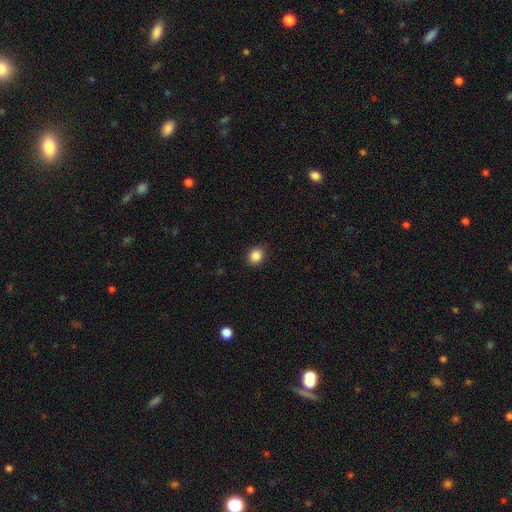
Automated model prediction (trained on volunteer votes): The model was most divided on "how rounded": round: 59%, in between: 40%, cigar-shaped: 1%. More confident: merging — none (89%); smooth or featured — smooth (87%).